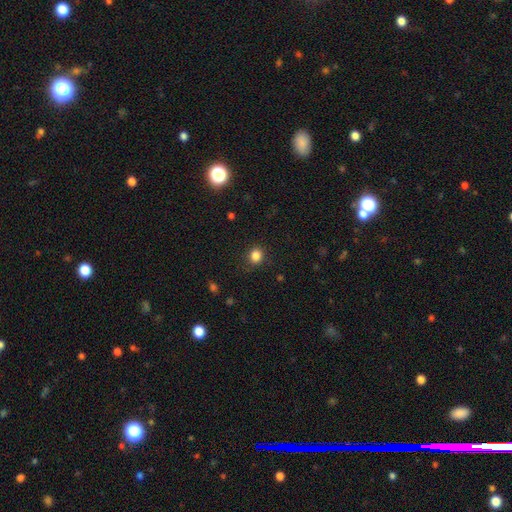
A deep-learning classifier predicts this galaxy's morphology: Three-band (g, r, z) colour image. It shows a smooth galaxy with no disk features (84%) that is round (72%). Merging: none (87%).